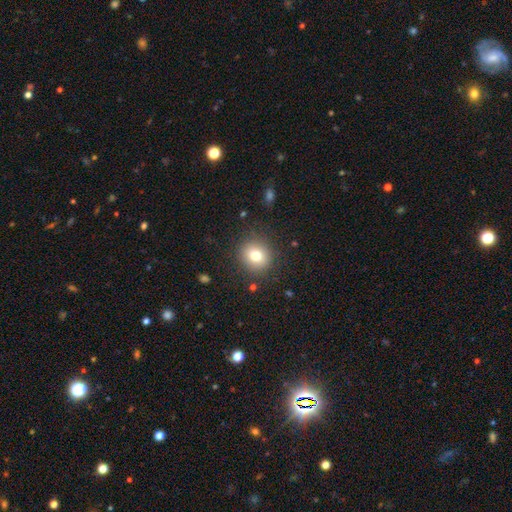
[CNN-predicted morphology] type=smooth (77%); roundness=round (87%); merging=none (87%).